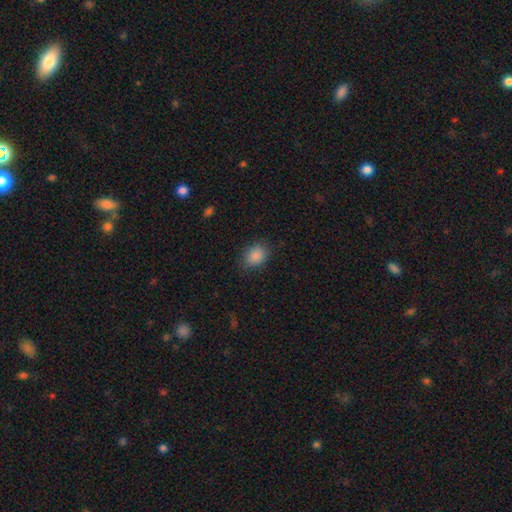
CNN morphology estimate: Smooth or featured?
  - smooth: 87% *
  - star or artifact: 9%
  - featured or disk: 4%
How rounded?
  - in between: 57% *
  - round: 42%
  - cigar-shaped: 1%
Merging?
  - none: 80% *
  - minor disturbance: 15%
  - major disturbance: 4%
  - merger: 1%